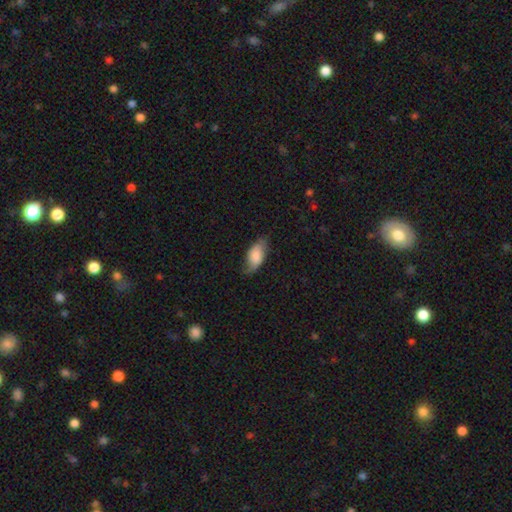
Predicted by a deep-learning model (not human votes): Smooth or featured? smooth (74%)
How rounded? in between (90%)
Merging? none (67%)